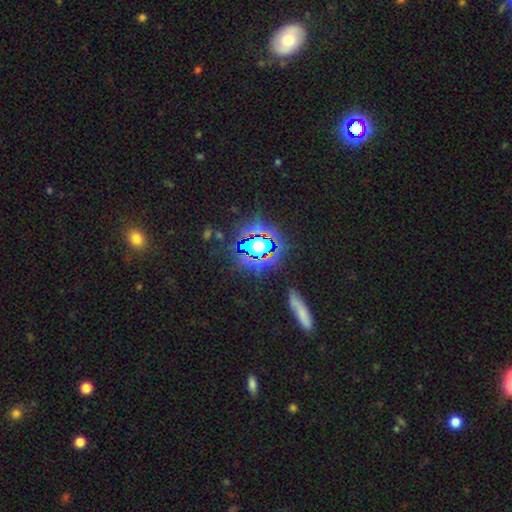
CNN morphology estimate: Smooth or featured: star or artifact — 72% (smooth — 17%)